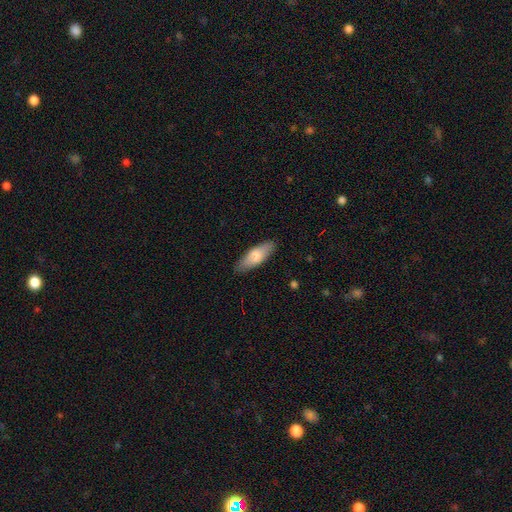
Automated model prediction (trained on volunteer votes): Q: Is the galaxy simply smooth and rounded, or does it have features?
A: smooth — 73%.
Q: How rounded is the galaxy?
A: in between — 63%.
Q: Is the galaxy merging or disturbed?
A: none — 86%.